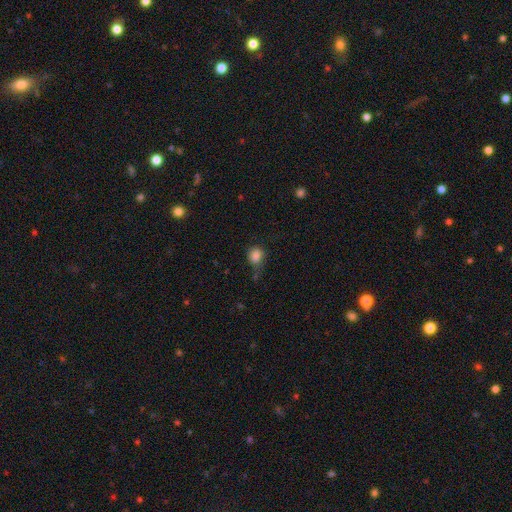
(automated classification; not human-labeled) Morphology: type=smooth (83%); roundness=round (69%); merging=none (55%).